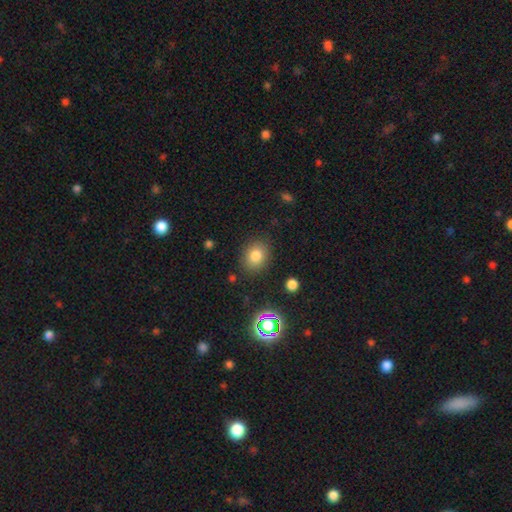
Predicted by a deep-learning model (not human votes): This appears to be a smooth galaxy with no disk features (79%) that is round (60%). Merging: none (84%).